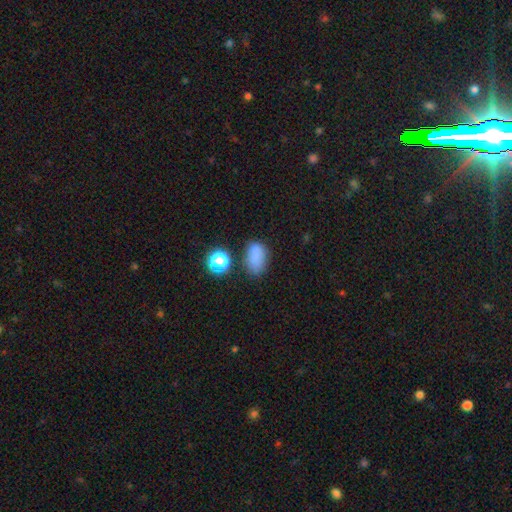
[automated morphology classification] Smooth or featured: smooth — 78% (star or artifact — 16%)
How rounded: in between — 83% (round — 15%)
Merging: none — 68% (minor disturbance — 20%)